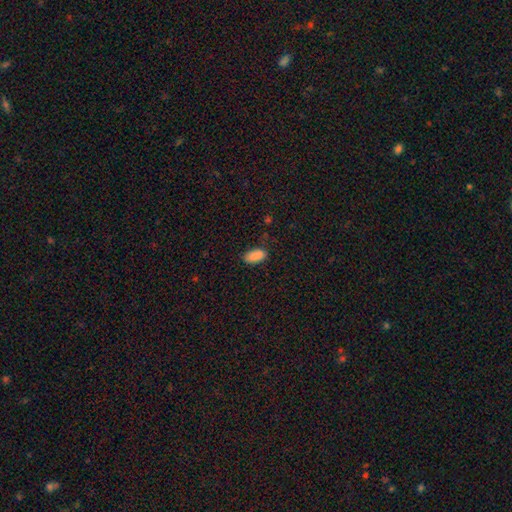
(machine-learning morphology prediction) Smooth or featured: smooth — 89% (star or artifact — 8%)
How rounded: in between — 92% (cigar-shaped — 5%)
Merging: none — 84% (minor disturbance — 12%)